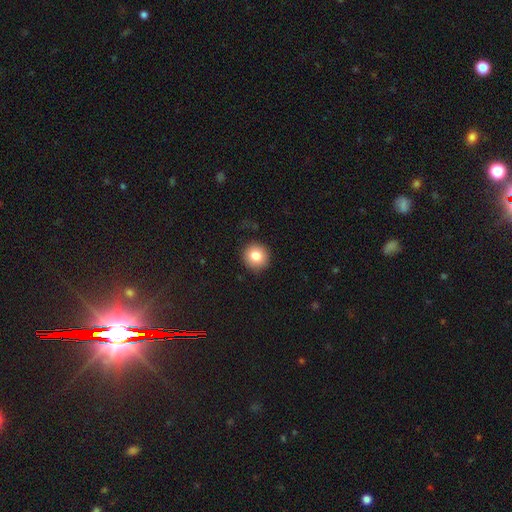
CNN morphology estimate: A smooth galaxy with no disk features (81%) that is round (93%).

Vote fractions:
- Smooth or featured? smooth: 81% / star or artifact: 10% / featured or disk: 9%
- How rounded? round: 93% / in between: 6% / cigar-shaped: 1%
- Merging? none: 88% / minor disturbance: 8% / major disturbance: 2% / merger: 1%